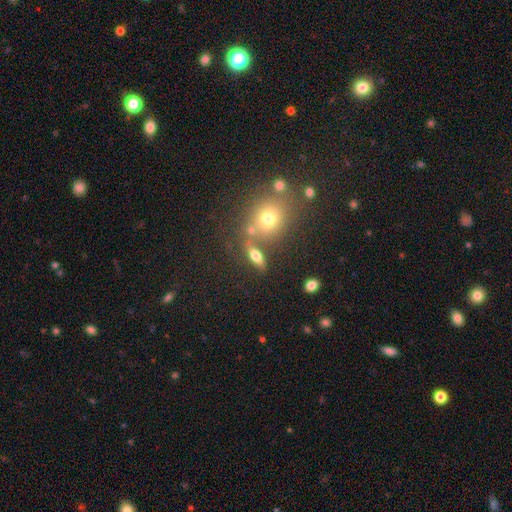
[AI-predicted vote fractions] Smooth or featured? smooth (62%)
How rounded? in between (59%)
Merging? none (64%)